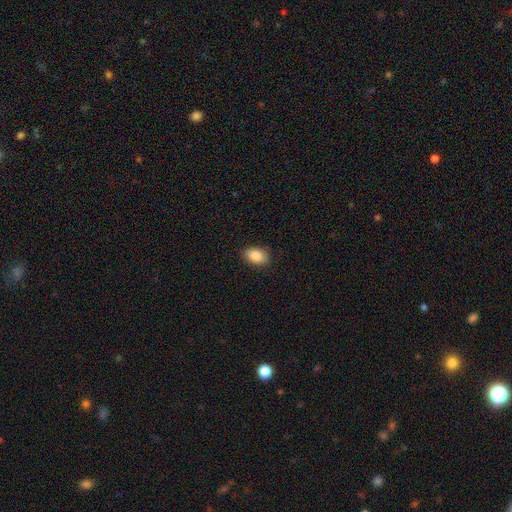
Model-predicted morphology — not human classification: This is clearly a smooth galaxy (88%). How rounded: clearly in between (87%). Merging: clearly none (88%).